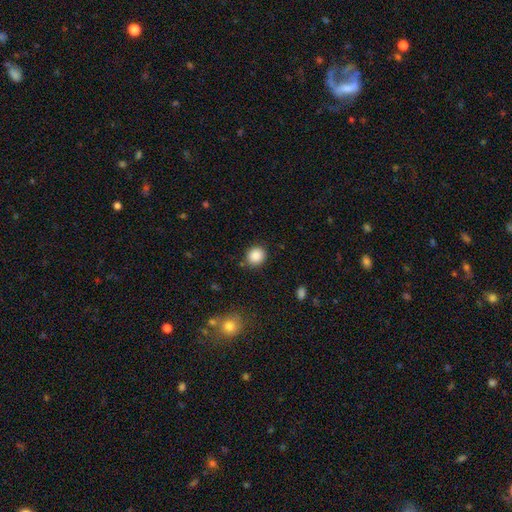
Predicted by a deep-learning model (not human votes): Q: Smooth or featured?
A: smooth (88%); runner-up: star or artifact (9%)
Q: How rounded?
A: round (83%); runner-up: in between (16%)
Q: Merging?
A: none (85%); runner-up: minor disturbance (10%)